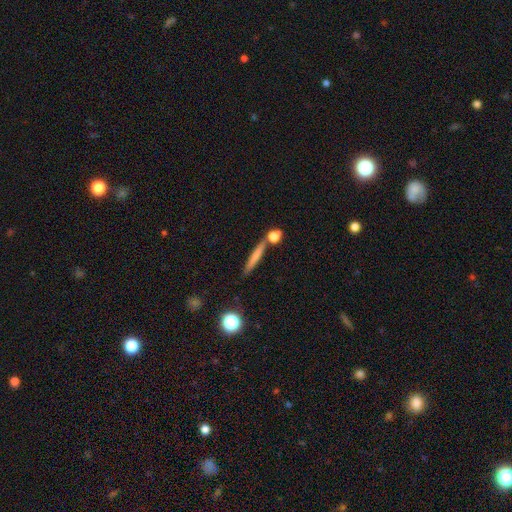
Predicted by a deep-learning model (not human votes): This appears to be a smooth galaxy with no disk features (63%) that is cigar-shaped (88%). Merging: none (72%).